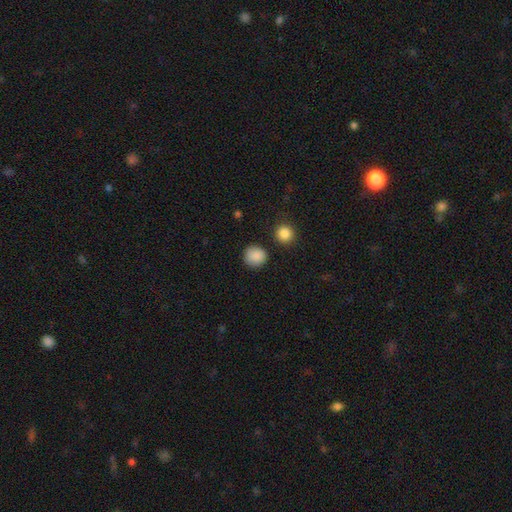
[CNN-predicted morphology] Smooth or featured: smooth — 88% (star or artifact — 8%)
How rounded: round — 92% (in between — 7%)
Merging: none — 86% (minor disturbance — 9%)